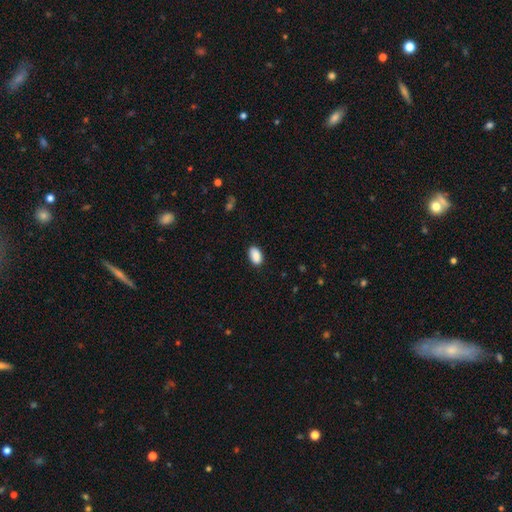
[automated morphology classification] The model was most divided on "merging": none: 85%, minor disturbance: 11%, major disturbance: 2%, merger: 1%. More confident: how rounded — in between (93%); smooth or featured — smooth (90%).